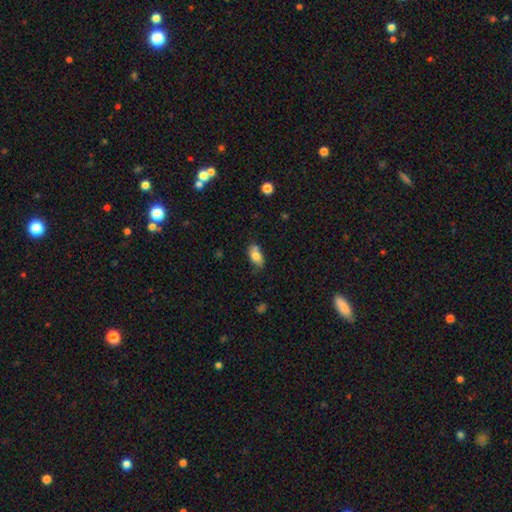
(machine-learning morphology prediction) smooth 78%, featured or disk 14%, star or artifact 8%. Down the decision tree: how rounded — in between (89%); merging — none (63%).